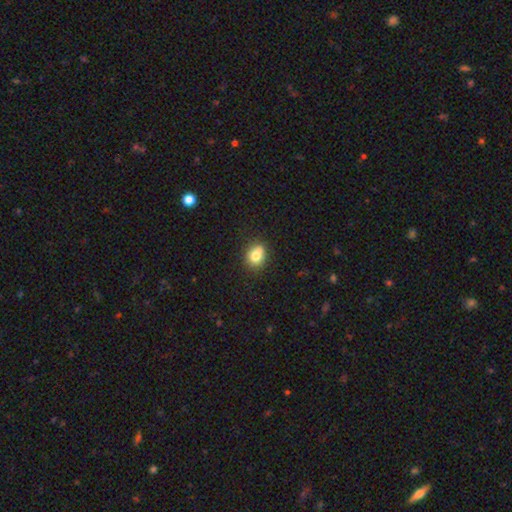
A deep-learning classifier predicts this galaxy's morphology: smooth 76%, featured or disk 13%, star or artifact 11%. Down the decision tree: how rounded — round (67%); merging — none (60%).